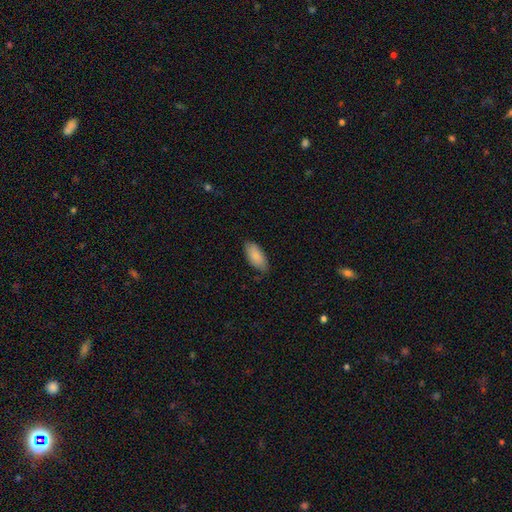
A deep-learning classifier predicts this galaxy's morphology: Overall: smooth (87%). How rounded: in between (90%). Merging: none (78%).